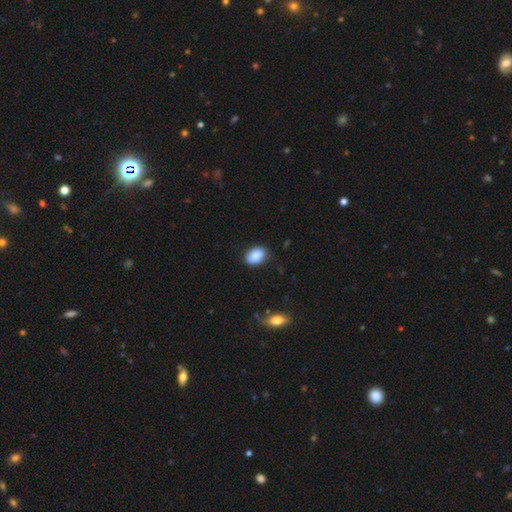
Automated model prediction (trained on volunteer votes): Morphology: type=smooth (87%); roundness=in between (82%); merging=none (80%).